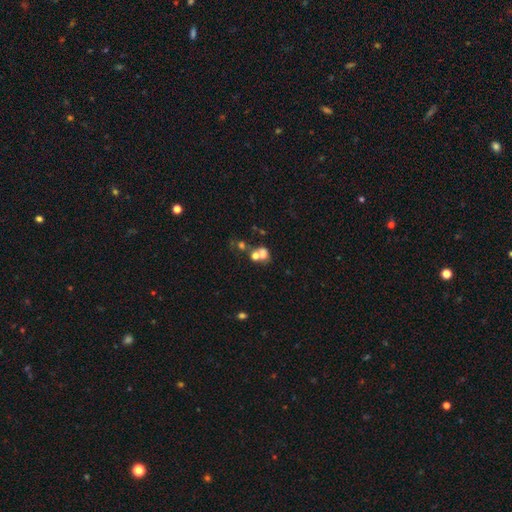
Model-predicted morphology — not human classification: type=smooth (61%); roundness=round (62%); merging=merger (59%).